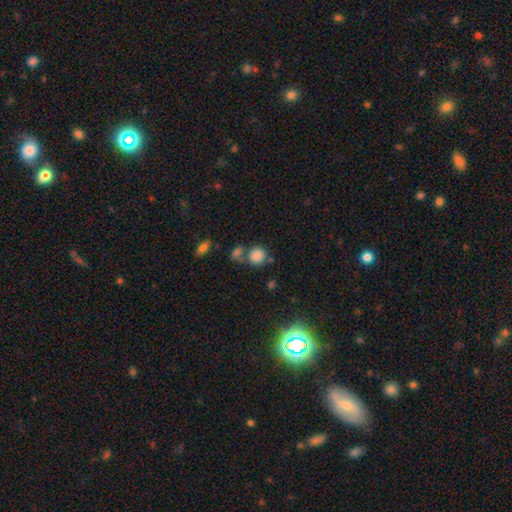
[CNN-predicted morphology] Overall: smooth (82%). How rounded: round (84%). Merging: none (56%; merger 27%).